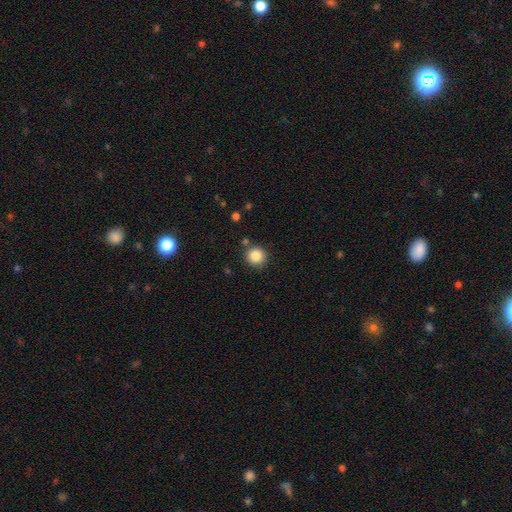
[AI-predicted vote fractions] Smooth or featured? smooth (85%)
How rounded? round (94%)
Merging? none (84%)